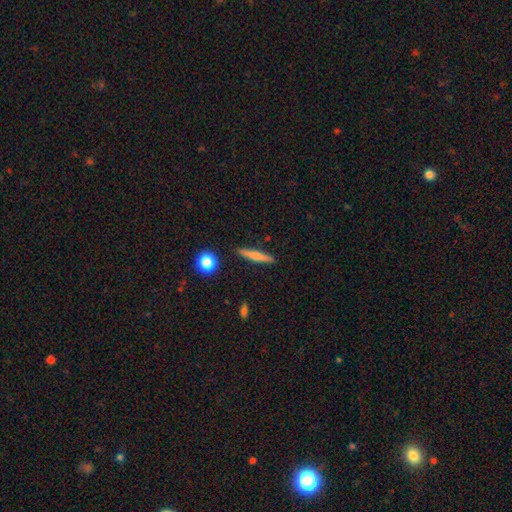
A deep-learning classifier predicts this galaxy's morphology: A smooth galaxy with no disk features (64%) that is cigar-shaped (90%).

Vote fractions:
- Smooth or featured? smooth: 64% / featured or disk: 29% / star or artifact: 7%
- How rounded? cigar-shaped: 90% / in between: 7% / round: 3%
- Merging? none: 89% / minor disturbance: 8% / merger: 2% / major disturbance: 2%